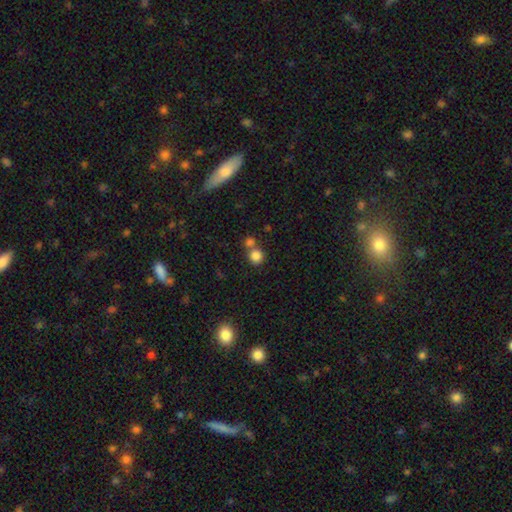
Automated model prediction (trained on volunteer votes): The model was most divided on "merging": none: 57%, merger: 34%, minor disturbance: 7%, major disturbance: 3%. More confident: how rounded — round (90%); smooth or featured — smooth (83%).